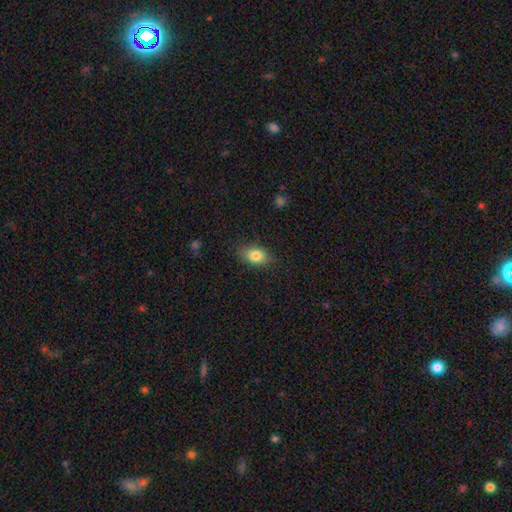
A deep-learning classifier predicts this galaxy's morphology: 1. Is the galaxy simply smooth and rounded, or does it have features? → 82% smooth, 9% featured or disk, 8% star or artifact.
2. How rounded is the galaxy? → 83% in between, 14% round, 3% cigar-shaped.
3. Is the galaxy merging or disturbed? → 83% none, 13% minor disturbance, 3% major disturbance, 1% merger.